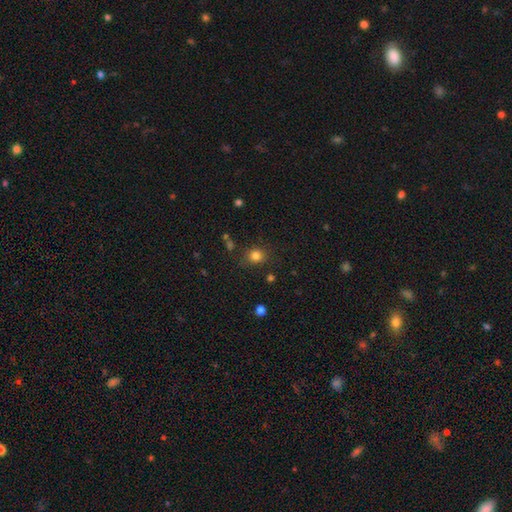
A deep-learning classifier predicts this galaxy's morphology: Overall: smooth (80%). How rounded: round (81%). Merging: none (82%).